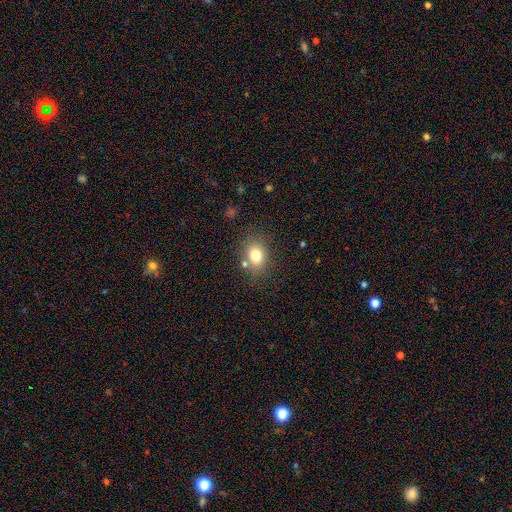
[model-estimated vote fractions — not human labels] Overall: smooth (78%). How rounded: in between (60%; round 39%). Merging: none (74%).